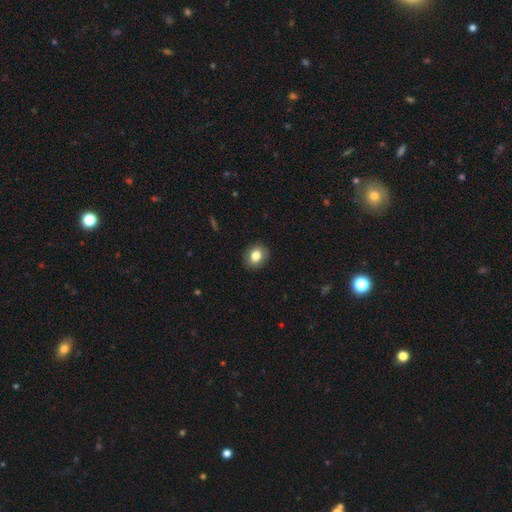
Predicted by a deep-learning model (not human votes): This is clearly a smooth galaxy (81%). How rounded: possibly round (56%). Merging: clearly none (89%).